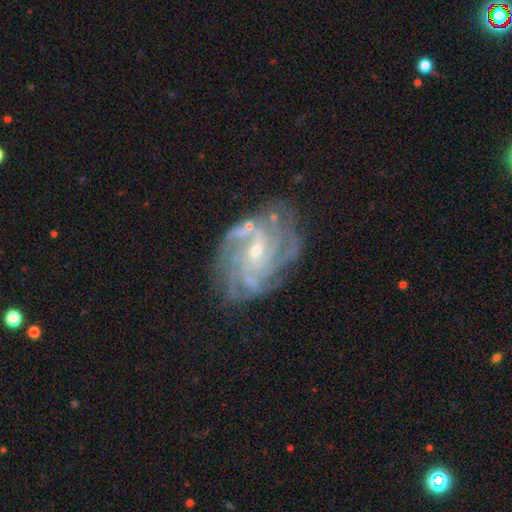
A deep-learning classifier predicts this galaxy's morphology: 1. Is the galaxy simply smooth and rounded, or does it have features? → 88% featured or disk, 7% star or artifact, 5% smooth.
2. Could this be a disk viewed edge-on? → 97% no, 3% yes.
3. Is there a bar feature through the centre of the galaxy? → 46% no, 41% weak, 13% strong.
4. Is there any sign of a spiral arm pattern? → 98% yes, 2% no.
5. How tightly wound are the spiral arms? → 63% tight, 31% medium, 6% loose.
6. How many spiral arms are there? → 29% 4, 22% more than 4, 19% can't tell, 14% 3, 9% 2, 7% 1.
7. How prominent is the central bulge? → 70% small, 26% moderate, 2% none, 1% large, 1% dominant.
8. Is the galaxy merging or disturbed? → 76% none, 15% minor disturbance, 6% major disturbance, 3% merger.